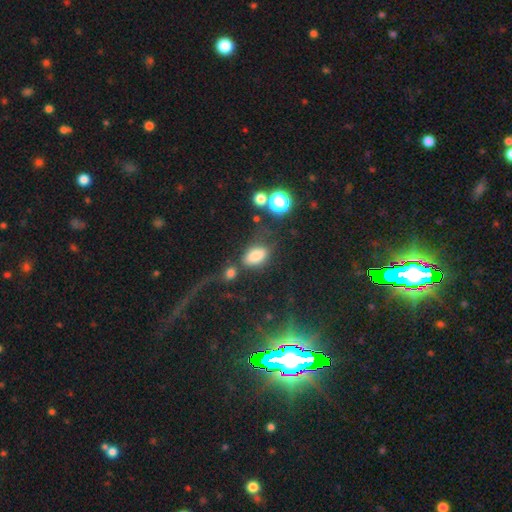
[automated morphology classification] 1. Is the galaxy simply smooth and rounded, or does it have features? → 80% smooth, 11% star or artifact, 9% featured or disk.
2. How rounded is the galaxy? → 88% in between, 9% round, 3% cigar-shaped.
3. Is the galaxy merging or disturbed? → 51% none, 20% minor disturbance, 16% major disturbance, 14% merger.